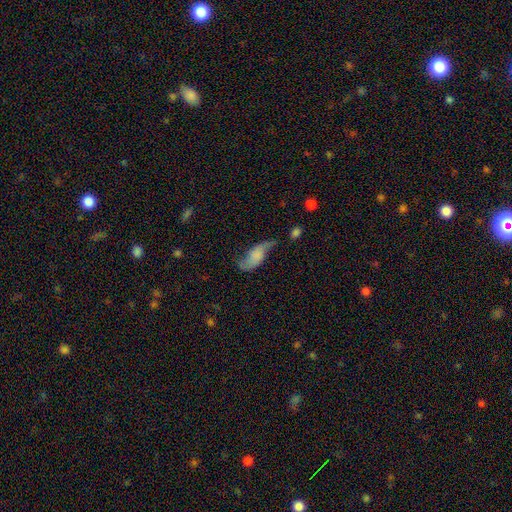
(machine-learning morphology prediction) Overall: featured or disk (47%; smooth 44%). Merging: none (36%; minor disturbance 31%).